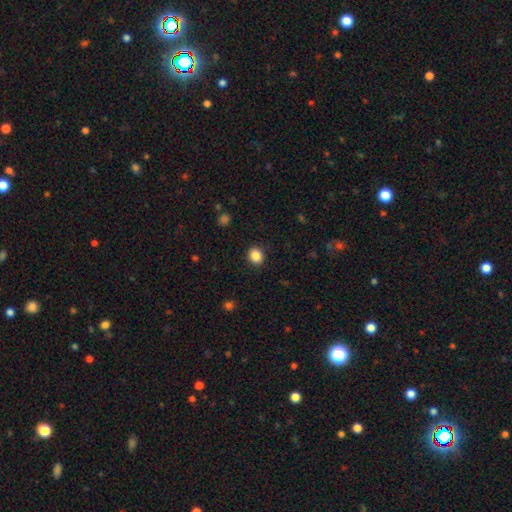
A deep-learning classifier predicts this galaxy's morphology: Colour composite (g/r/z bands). It shows a smooth galaxy with no disk features (87%) that is round (69%). Merging: none (90%).